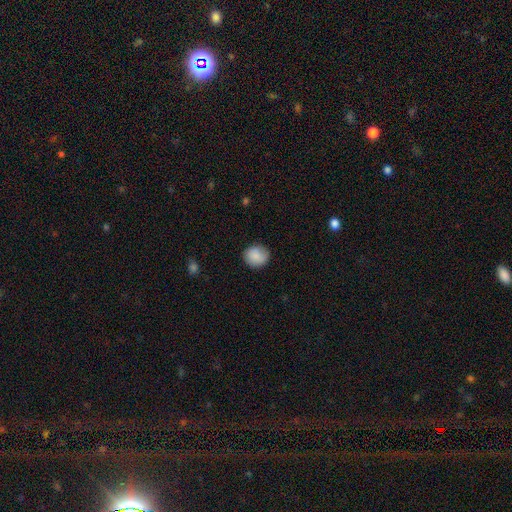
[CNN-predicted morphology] Smooth or featured? Predicted: smooth (p=0.86). How rounded? Predicted: round (p=0.86). Merging? Predicted: none (p=0.83).